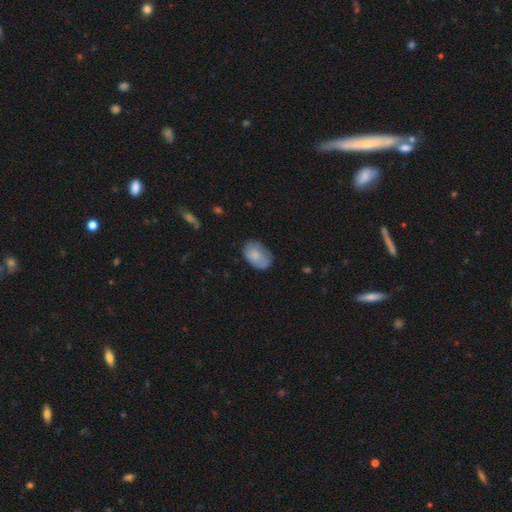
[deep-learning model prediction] smooth 76%, featured or disk 17%, star or artifact 7%. Down the decision tree: how rounded — in between (87%); merging — none (64%).